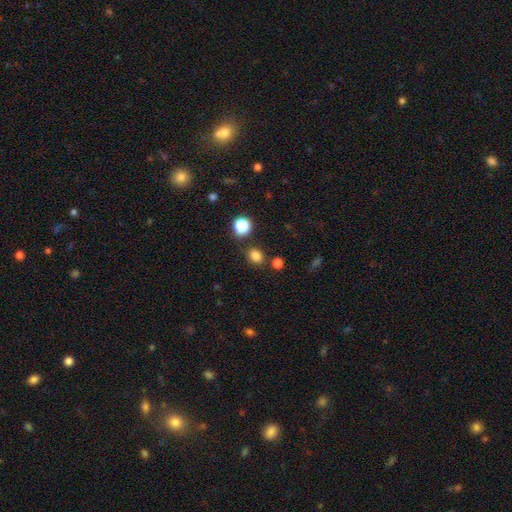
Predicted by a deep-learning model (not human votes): smooth 79%, star or artifact 16%, featured or disk 5%. Down the decision tree: how rounded — round (59%); merging — none (79%).